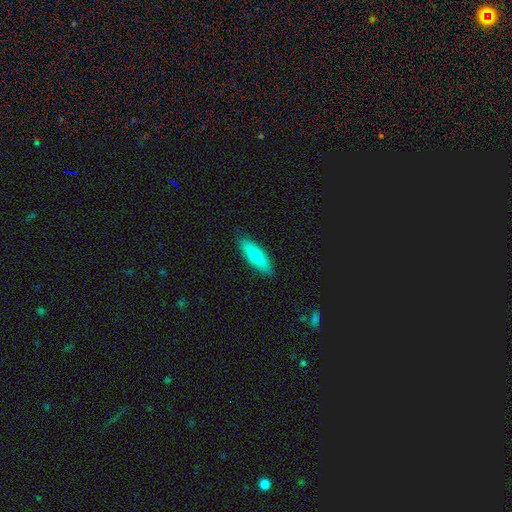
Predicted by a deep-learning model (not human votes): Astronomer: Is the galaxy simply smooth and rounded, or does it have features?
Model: smooth — 72%.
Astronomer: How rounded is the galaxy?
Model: cigar-shaped — 49%, tied with in between at 49%.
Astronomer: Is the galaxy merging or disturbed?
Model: none — 88%.